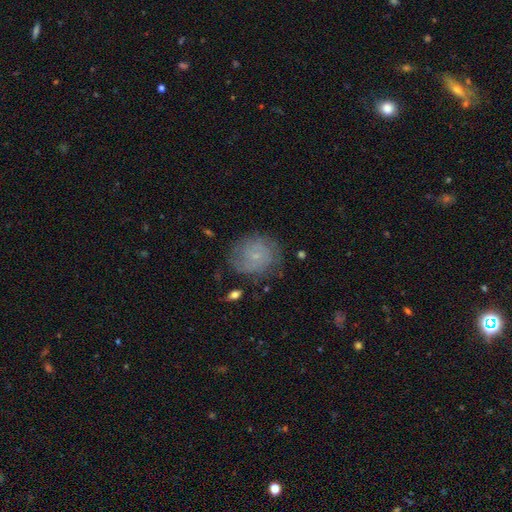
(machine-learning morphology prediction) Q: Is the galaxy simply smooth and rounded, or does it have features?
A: featured or disk — 53%.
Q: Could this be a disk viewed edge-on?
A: no — 97%.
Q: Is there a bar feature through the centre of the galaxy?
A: no — 77%.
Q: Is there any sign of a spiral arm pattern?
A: yes — 80%.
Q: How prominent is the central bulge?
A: small — 78%.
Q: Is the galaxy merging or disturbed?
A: none — 68%.